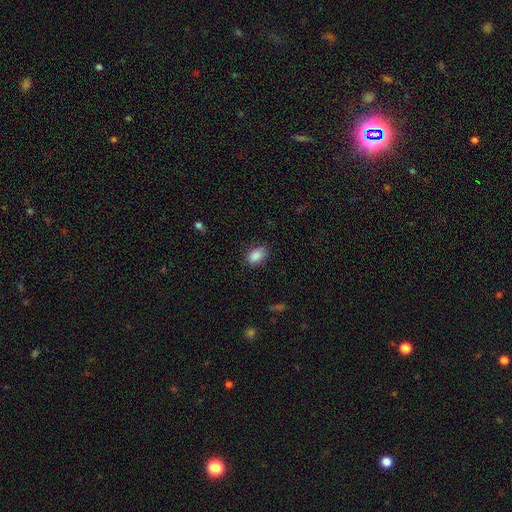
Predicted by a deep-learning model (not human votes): This appears to be a smooth galaxy with no disk features (88%) that is in between round and cigar-shaped (89%). Merging: none (81%).